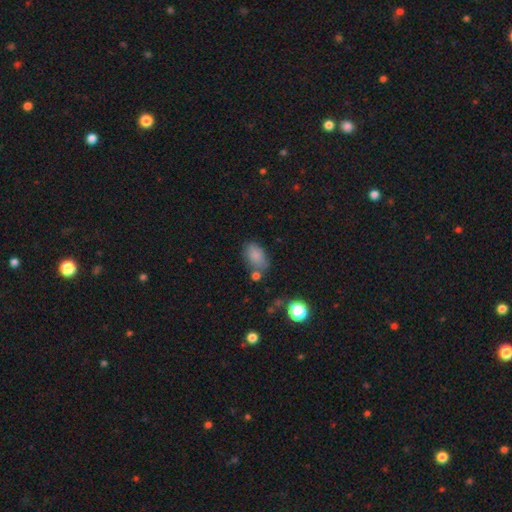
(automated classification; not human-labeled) Smooth or featured?
  - smooth: 84% *
  - star or artifact: 9%
  - featured or disk: 7%
How rounded?
  - in between: 90% *
  - round: 8%
  - cigar-shaped: 2%
Merging?
  - none: 66% *
  - minor disturbance: 19%
  - merger: 10%
  - major disturbance: 6%